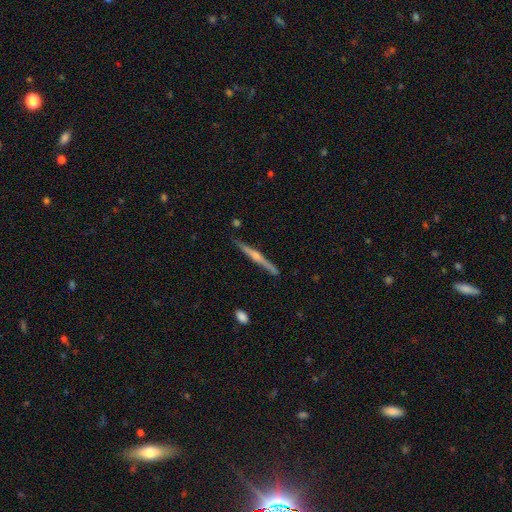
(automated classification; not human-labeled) smooth_or_featured: featured or disk (p=0.76) [alt: smooth p=0.18]
disk_edge_on: yes (p=0.98) [alt: no p=0.02]
edge_on_bulge: rounded (p=0.79) [alt: none p=0.13]
merging: none (p=0.88) [alt: minor disturbance p=0.08]